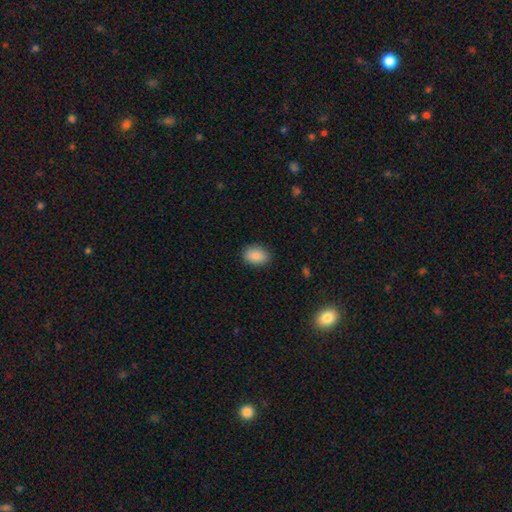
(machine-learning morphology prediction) Q: Smooth or featured?
A: smooth (89%); runner-up: star or artifact (7%)
Q: How rounded?
A: in between (79%); runner-up: round (20%)
Q: Merging?
A: none (86%); runner-up: minor disturbance (10%)